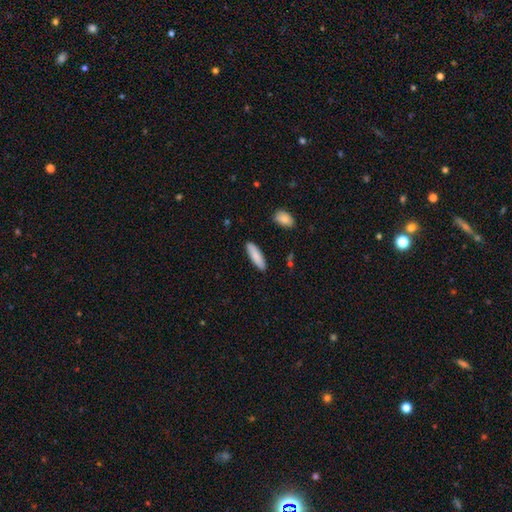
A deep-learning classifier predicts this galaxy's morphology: smooth-or-featured: smooth: 86% | featured or disk: 8% | star or artifact: 6%
  how-rounded: cigar-shaped: 57% | in between: 42% | round: 1%
  merging: none: 89% | minor disturbance: 8% | major disturbance: 2% | merger: 2%